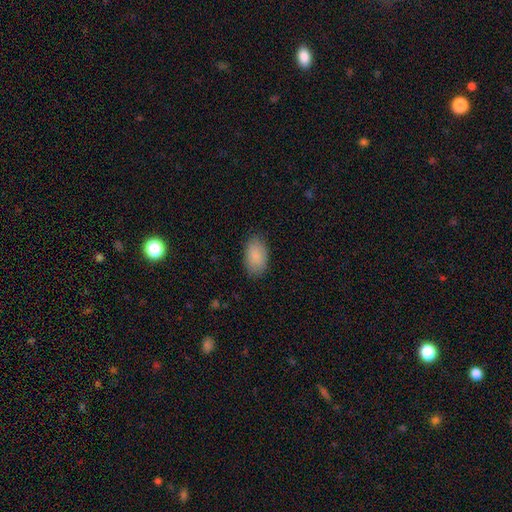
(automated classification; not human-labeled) Morphology: type=smooth (87%); roundness=in between (94%); merging=none (85%).